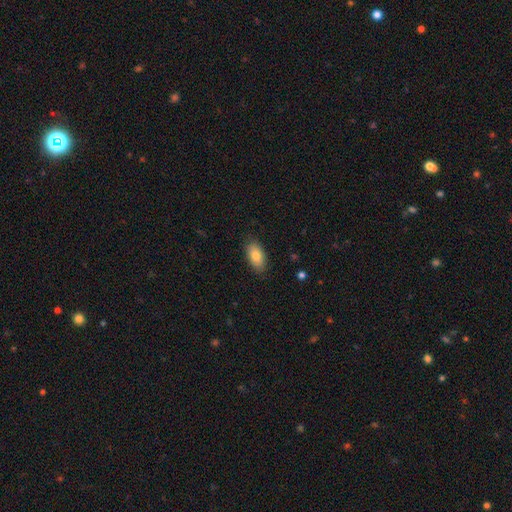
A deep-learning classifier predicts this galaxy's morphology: Smooth or featured: smooth — 81% (featured or disk — 12%)
How rounded: in between — 91% (cigar-shaped — 5%)
Merging: none — 85% (minor disturbance — 11%)